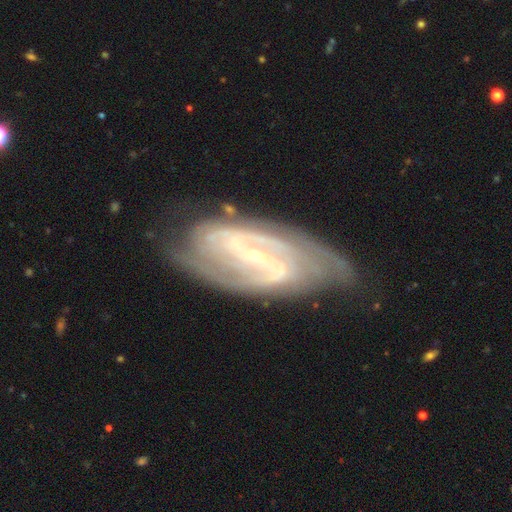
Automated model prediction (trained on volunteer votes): Q: Smooth or featured?
A: featured or disk (89%); runner-up: smooth (5%)
Q: Edge-on disk?
A: no (95%); runner-up: yes (5%)
Q: Bar?
A: strong (45%); runner-up: weak (36%)
Q: Spiral arms?
A: yes (96%); runner-up: no (4%)
Q: Spiral winding?
A: tight (47%); runner-up: medium (41%)
Q: Spiral arm count?
A: 2 (66%); runner-up: can't tell (14%)
Q: Bulge size?
A: small (81%); runner-up: moderate (15%)
Q: Merging?
A: none (69%); runner-up: minor disturbance (21%)